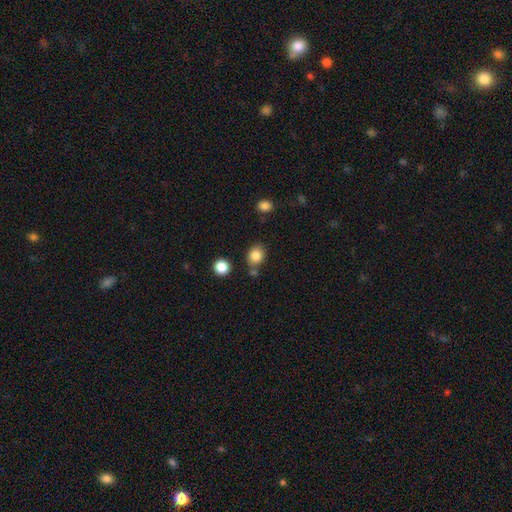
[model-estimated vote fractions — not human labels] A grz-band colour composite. It shows a smooth galaxy with no disk features (83%) that is round (65%). Merging: none (72%).